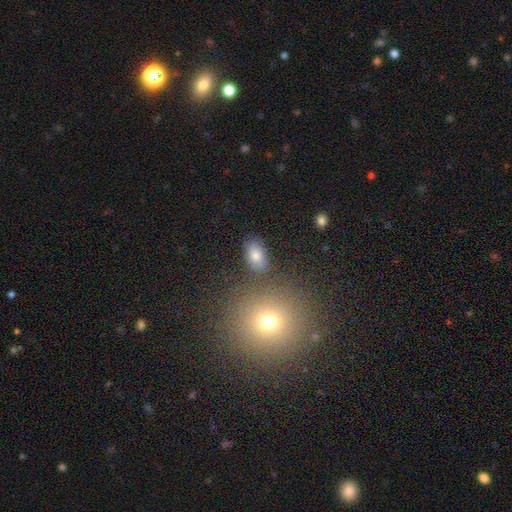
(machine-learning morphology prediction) Q: Smooth or featured?
A: smooth (78%); runner-up: star or artifact (12%)
Q: How rounded?
A: in between (87%); runner-up: round (11%)
Q: Merging?
A: none (78%); runner-up: minor disturbance (11%)